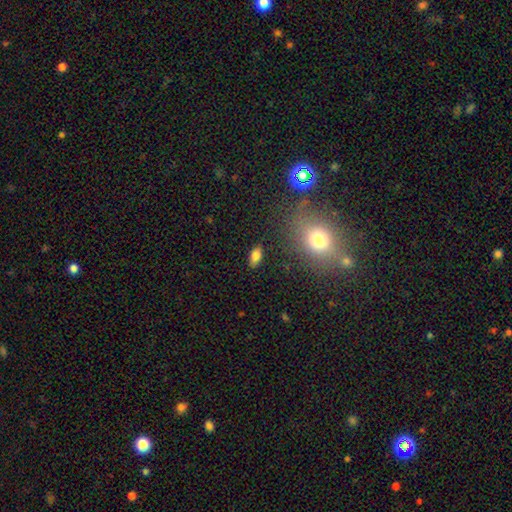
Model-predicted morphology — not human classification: The model was most divided on "smooth or featured": smooth: 80%, star or artifact: 10%, featured or disk: 9%. More confident: how rounded — in between (89%); merging — none (86%).